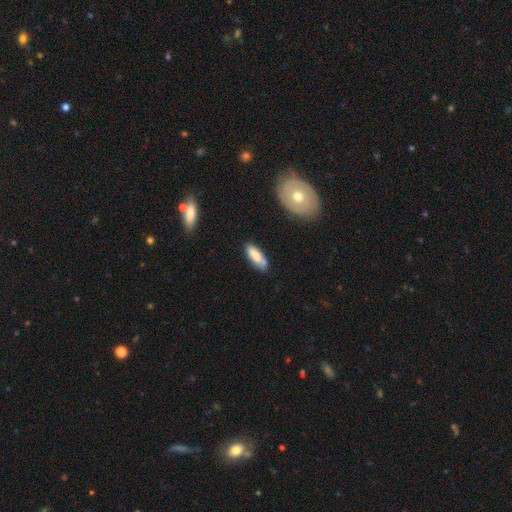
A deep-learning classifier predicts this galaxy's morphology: A smooth galaxy with no disk features (78%) that is in between round and cigar-shaped (61%).

Vote fractions:
- Smooth or featured? smooth: 78% / featured or disk: 16% / star or artifact: 6%
- How rounded? in between: 61% / cigar-shaped: 37% / round: 2%
- Merging? none: 66% / minor disturbance: 21% / merger: 9% / major disturbance: 5%